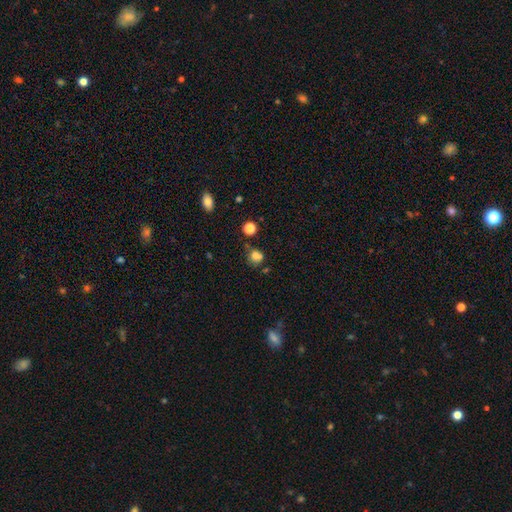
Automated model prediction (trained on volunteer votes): smooth_or_featured: smooth (p=0.75) [alt: star or artifact p=0.15]
how_rounded: round (p=0.80) [alt: in between p=0.19]
merging: none (p=0.59) [alt: minor disturbance p=0.20]